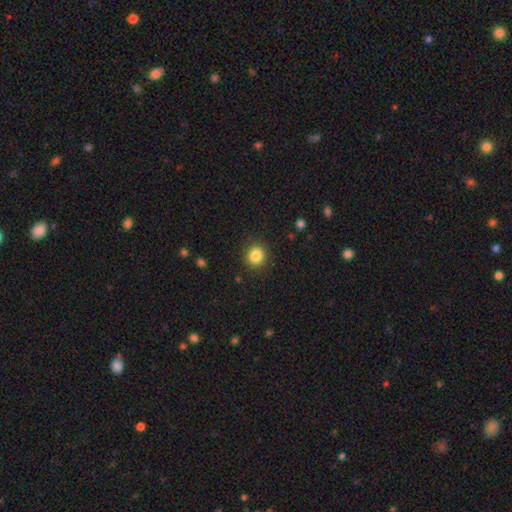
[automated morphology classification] smooth_or_featured: smooth (p=0.85) [alt: star or artifact p=0.11]
how_rounded: round (p=0.87) [alt: in between p=0.12]
merging: none (p=0.90) [alt: minor disturbance p=0.07]